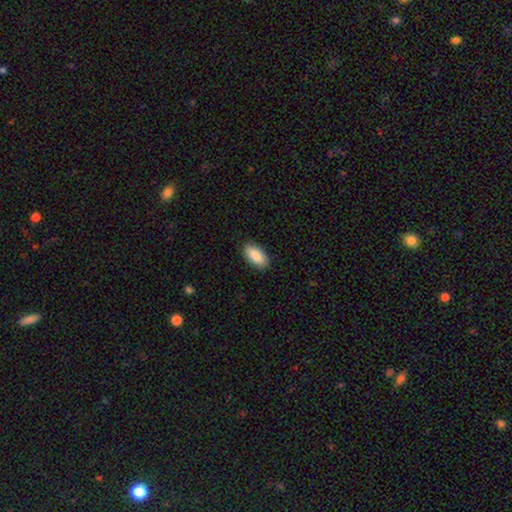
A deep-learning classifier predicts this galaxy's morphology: This is clearly a smooth galaxy (89%). How rounded: clearly in between (94%). Merging: clearly none (89%).